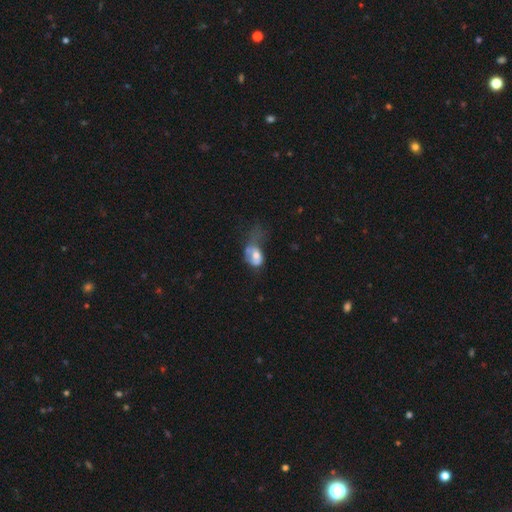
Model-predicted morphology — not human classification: Overall: smooth (57%; featured or disk 33%). How rounded: in between (74%). Merging: major disturbance (55%; minor disturbance 18%).